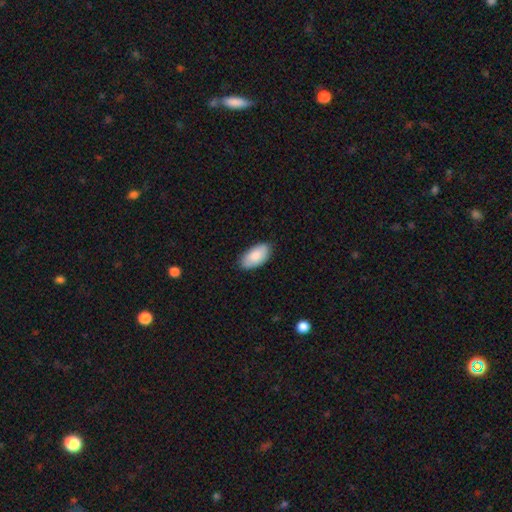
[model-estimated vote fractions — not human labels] Smooth or featured? Predicted: smooth (p=0.86). How rounded? Predicted: in between (p=0.95). Merging? Predicted: none (p=0.85).